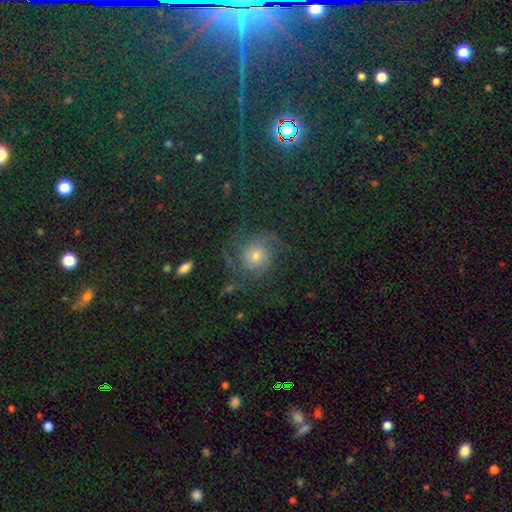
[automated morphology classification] A featured or disk galaxy (59%) with no bar (79%), 2 (31%) medium (44%) spiral arms (91%) and a moderate central bulge (48%). Merging: none (65%).